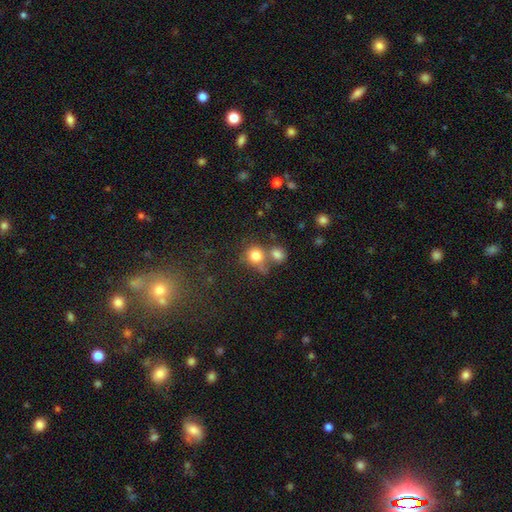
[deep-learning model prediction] The model was most divided on "merging": none: 43%, merger: 39%, minor disturbance: 12%, major disturbance: 6%. More confident: how rounded — round (82%); smooth or featured — smooth (79%).